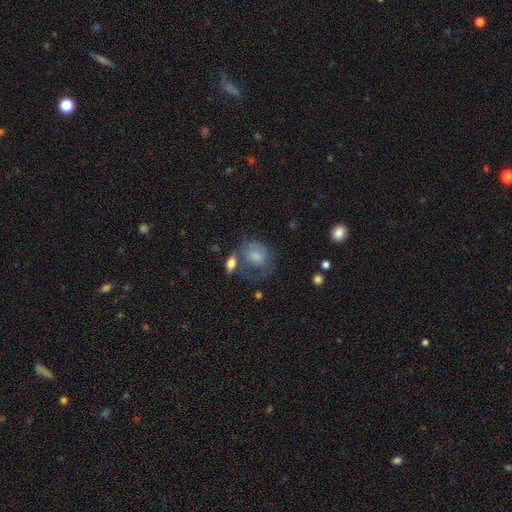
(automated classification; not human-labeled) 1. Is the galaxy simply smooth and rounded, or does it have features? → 65% smooth, 25% featured or disk, 9% star or artifact.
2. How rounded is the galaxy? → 54% round, 45% in between, 1% cigar-shaped.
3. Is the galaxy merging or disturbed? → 32% none, 30% major disturbance, 24% minor disturbance, 14% merger.